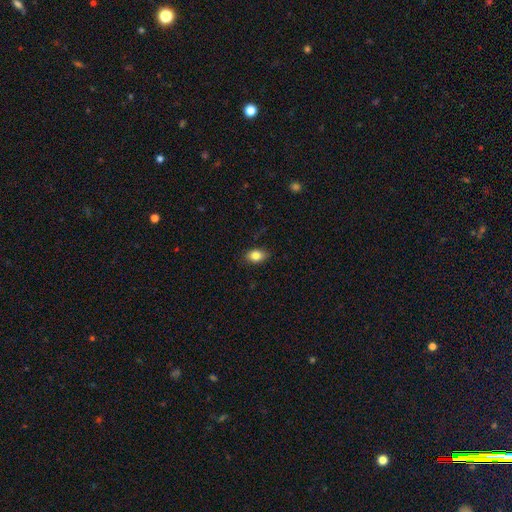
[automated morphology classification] A smooth galaxy with no disk features (84%) that is in between round and cigar-shaped (80%). Merging: none (83%).